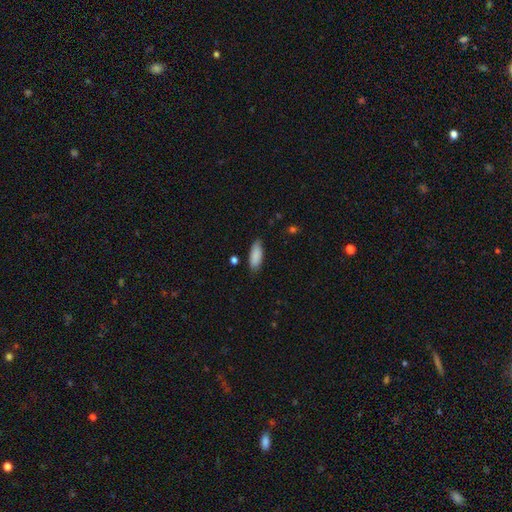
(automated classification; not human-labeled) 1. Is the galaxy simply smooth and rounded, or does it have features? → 88% smooth, 6% star or artifact, 6% featured or disk.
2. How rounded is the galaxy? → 74% in between, 24% cigar-shaped, 2% round.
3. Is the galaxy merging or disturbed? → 81% none, 15% minor disturbance, 3% major disturbance, 2% merger.